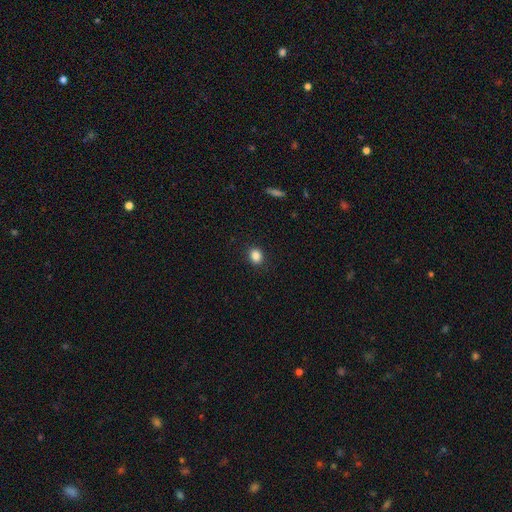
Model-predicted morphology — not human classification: smooth_or_featured: smooth (p=0.86) [alt: star or artifact p=0.10]
how_rounded: round (p=0.61) [alt: in between p=0.37]
merging: none (p=0.89) [alt: minor disturbance p=0.08]